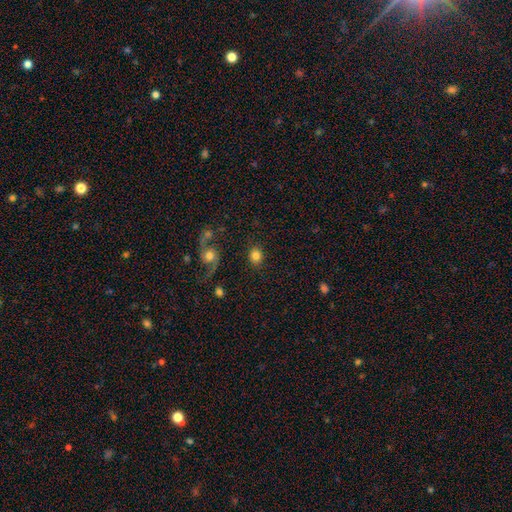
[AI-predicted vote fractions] A smooth galaxy with no disk features (81%) that is round (67%). Merging: none (84%).